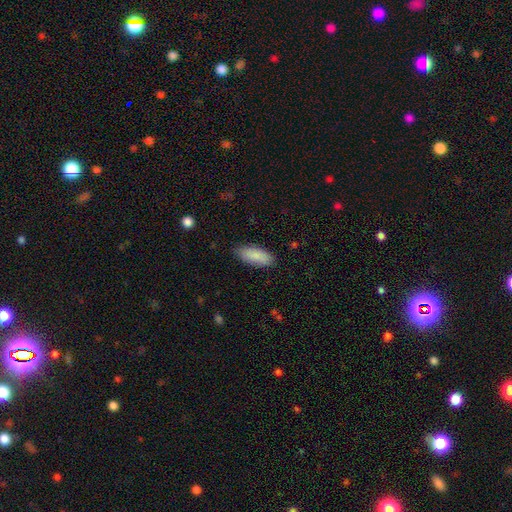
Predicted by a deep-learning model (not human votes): Smooth or featured? smooth (88%)
How rounded? in between (81%)
Merging? none (84%)